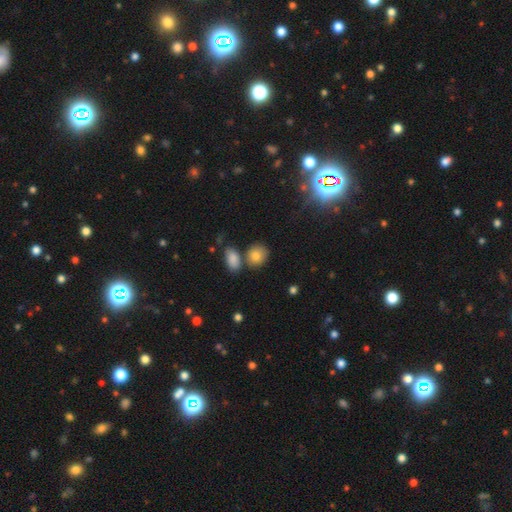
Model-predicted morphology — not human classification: type=smooth (81%); roundness=round (56%); merging=none (63%).